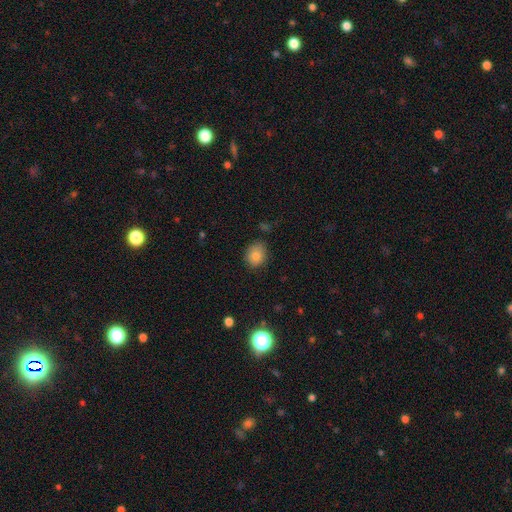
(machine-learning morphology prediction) Smooth or featured? smooth (81%)
How rounded? round (54%)
Merging? none (75%)